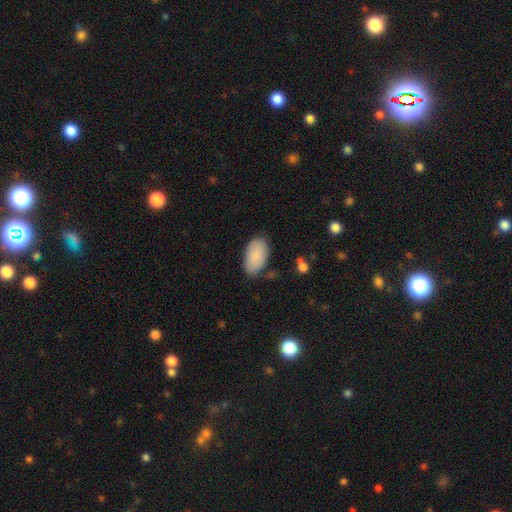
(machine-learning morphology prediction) Overall: smooth (87%). How rounded: in between (95%). Merging: none (76%).